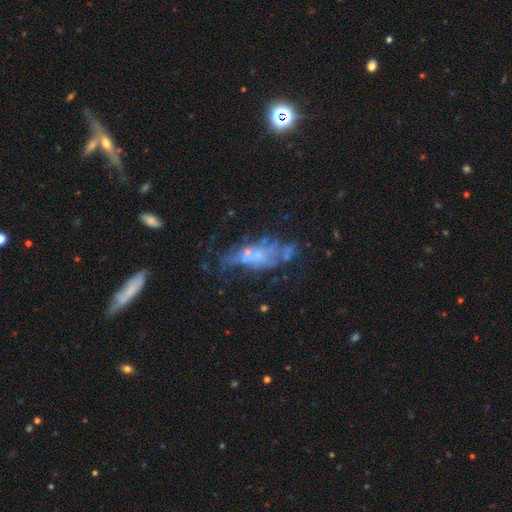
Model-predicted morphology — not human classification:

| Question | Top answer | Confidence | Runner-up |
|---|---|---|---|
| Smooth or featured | featured or disk | 55% | smooth (29%) |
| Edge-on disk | no | 88% | yes (12%) |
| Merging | none | 34% | major disturbance (27%) |